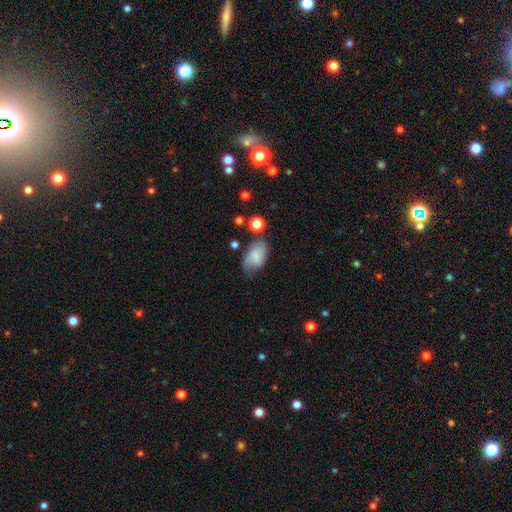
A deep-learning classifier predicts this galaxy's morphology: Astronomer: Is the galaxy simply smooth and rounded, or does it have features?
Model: smooth — 63%.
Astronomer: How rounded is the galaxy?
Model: in between — 89%.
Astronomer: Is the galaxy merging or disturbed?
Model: none — 50% (runner-up: minor disturbance, 32%).